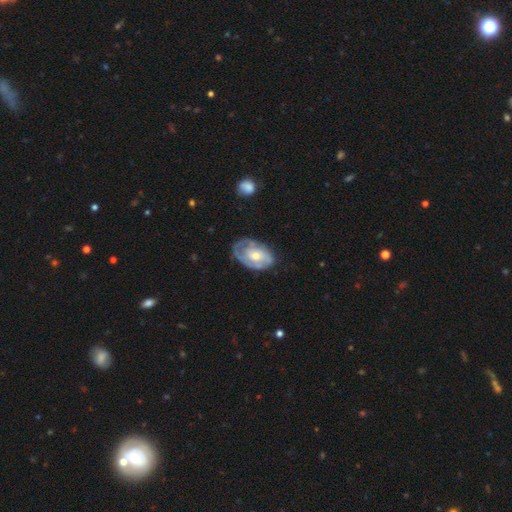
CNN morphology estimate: A featured or disk galaxy (67%) with no bar (71%), spiral arms (74%) and a moderate central bulge (58%). Merging: none (56%).